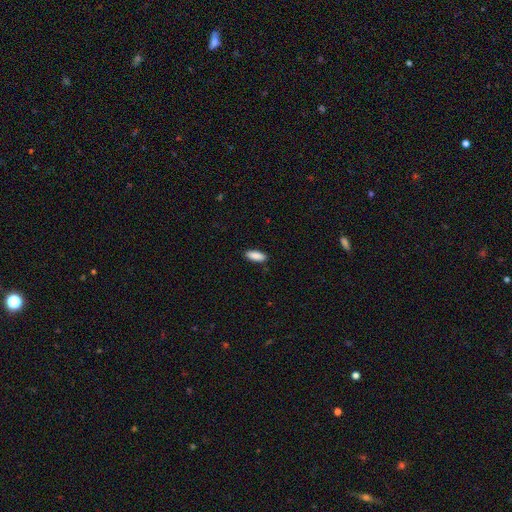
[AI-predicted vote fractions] smooth-or-featured: smooth: 91% | star or artifact: 6% | featured or disk: 4%
  how-rounded: in between: 75% | cigar-shaped: 24% | round: 2%
  merging: none: 89% | minor disturbance: 8% | major disturbance: 2% | merger: 1%